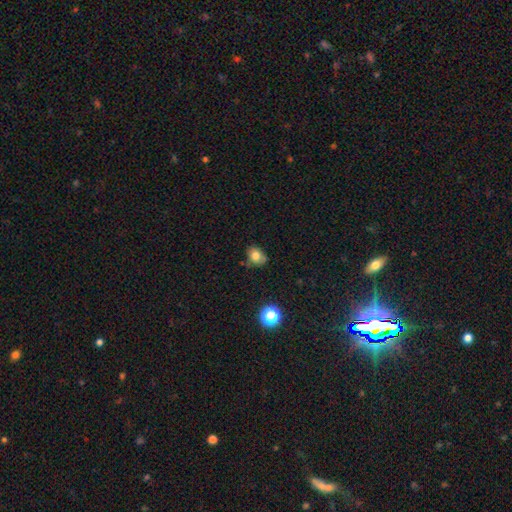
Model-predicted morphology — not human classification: smooth_or_featured: smooth (p=0.77) [alt: star or artifact p=0.12]
how_rounded: in between (p=0.53) [alt: round p=0.46]
merging: none (p=0.67) [alt: minor disturbance p=0.24]